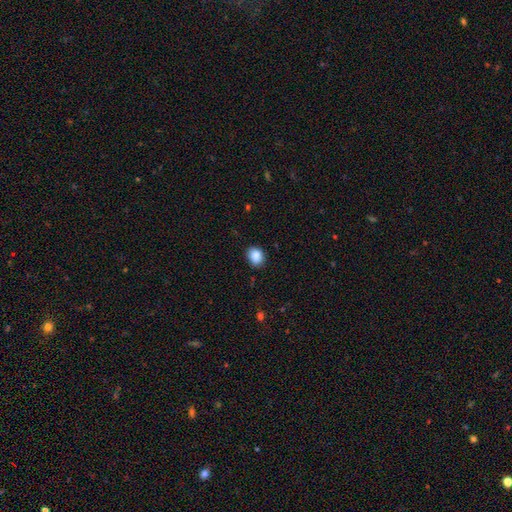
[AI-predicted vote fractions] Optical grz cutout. It shows a smooth galaxy with no disk features (88%) that is round (51%). Merging: none (84%).